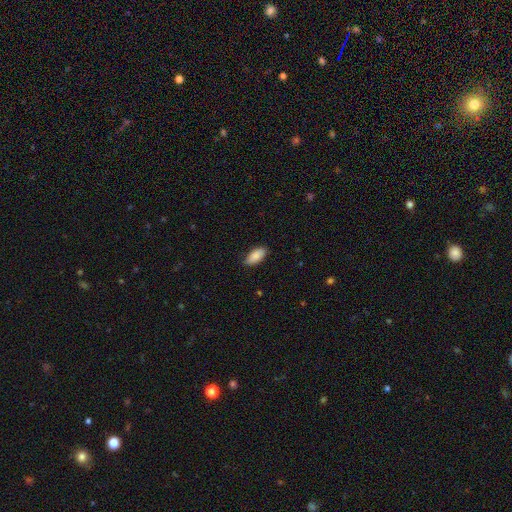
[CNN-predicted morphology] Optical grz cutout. It shows a smooth galaxy with no disk features (87%) that is in between round and cigar-shaped (91%). Merging: none (81%).